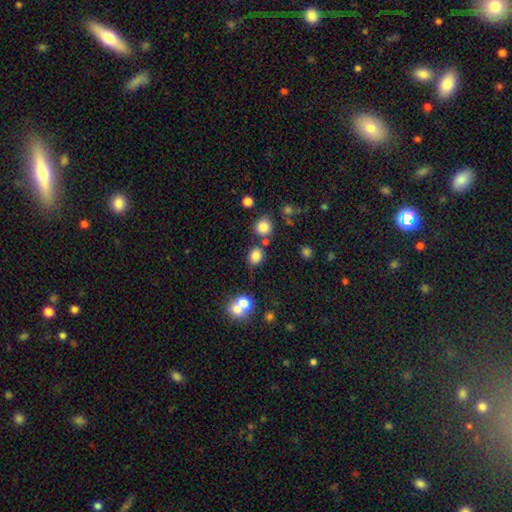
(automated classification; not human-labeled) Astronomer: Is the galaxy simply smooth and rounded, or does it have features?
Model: smooth — 80%.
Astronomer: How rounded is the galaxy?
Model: round — 62% (runner-up: in between, 37%).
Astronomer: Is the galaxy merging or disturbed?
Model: none — 75%.